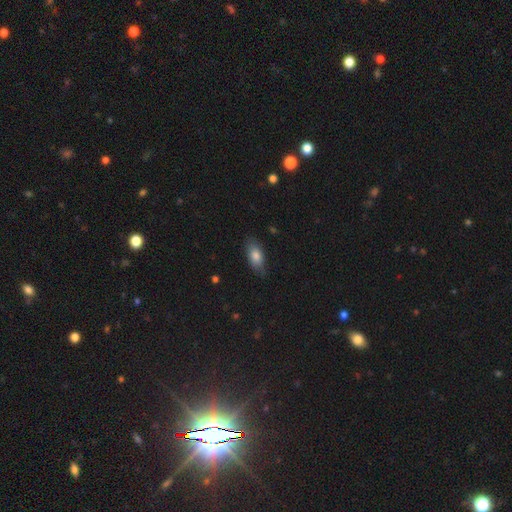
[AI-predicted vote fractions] The model was most divided on "merging": none: 79%, minor disturbance: 17%, major disturbance: 3%, merger: 1%. More confident: how rounded — in between (85%); smooth or featured — smooth (80%).